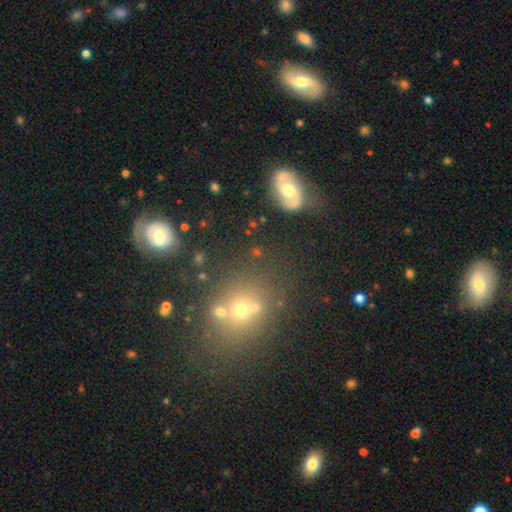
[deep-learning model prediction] Smooth or featured? Predicted: smooth (p=0.43). Merging? Predicted: none (p=0.54).